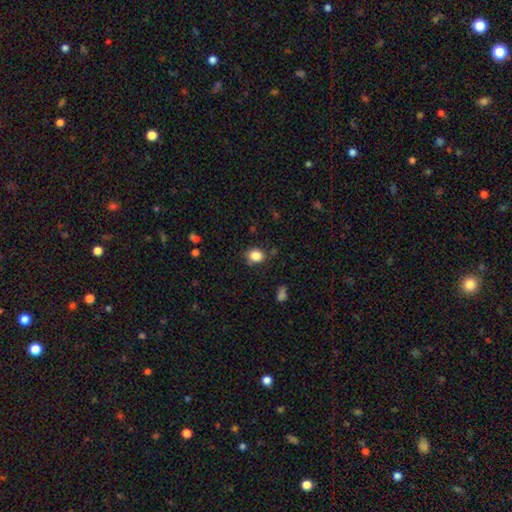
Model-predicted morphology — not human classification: The model was most divided on "how rounded": in between: 52%, round: 47%, cigar-shaped: 1%. More confident: smooth or featured — smooth (85%); merging — none (79%).